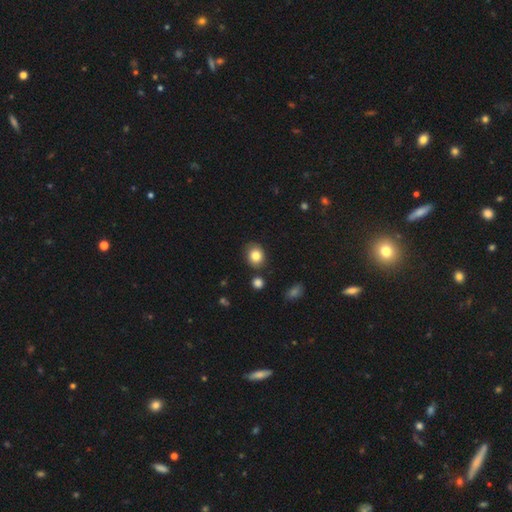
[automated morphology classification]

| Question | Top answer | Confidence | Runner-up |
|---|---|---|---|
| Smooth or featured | smooth | 84% | star or artifact (9%) |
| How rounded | round | 62% | in between (37%) |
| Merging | none | 82% | minor disturbance (11%) |